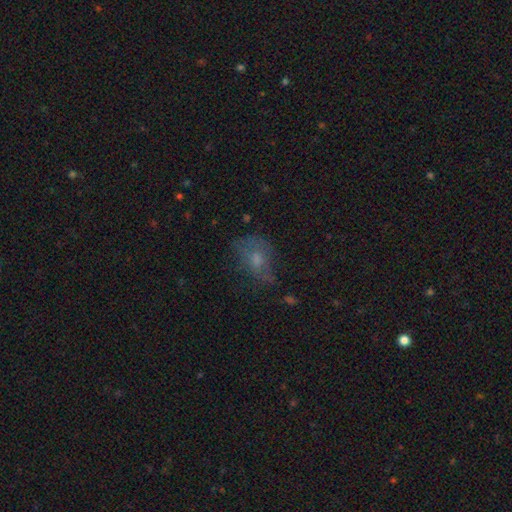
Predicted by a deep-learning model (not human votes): Smooth or featured: smooth — 49% (featured or disk — 32%)
Merging: none — 48% (minor disturbance — 28%)